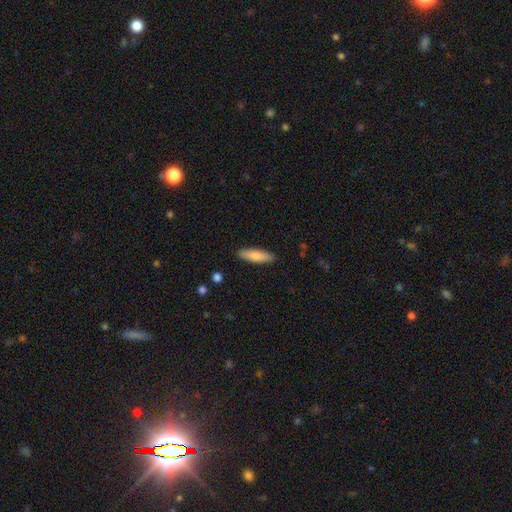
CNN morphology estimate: The model was most divided on "how rounded": cigar-shaped: 62%, in between: 37%, round: 2%. More confident: merging — none (89%); smooth or featured — smooth (81%).